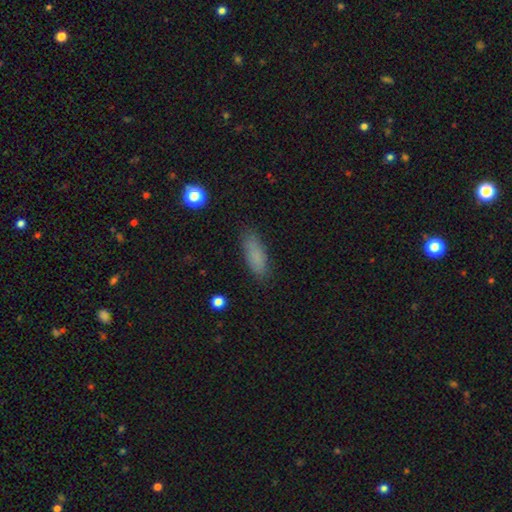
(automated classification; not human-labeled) Overall: smooth (83%). How rounded: in between (61%; cigar-shaped 37%). Merging: none (80%).